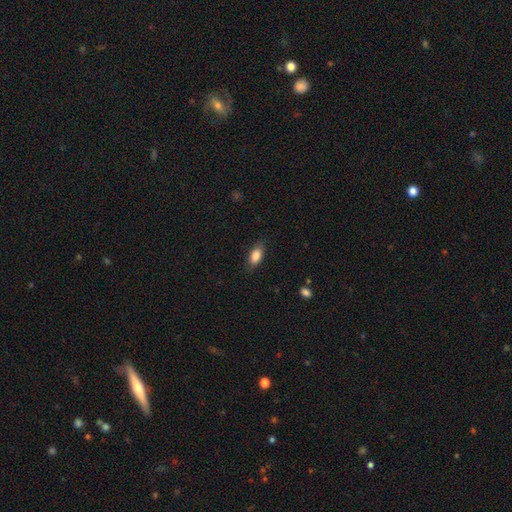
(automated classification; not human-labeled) This appears to be a smooth galaxy with no disk features (84%) that is in between round and cigar-shaped (85%). Merging: none (82%).